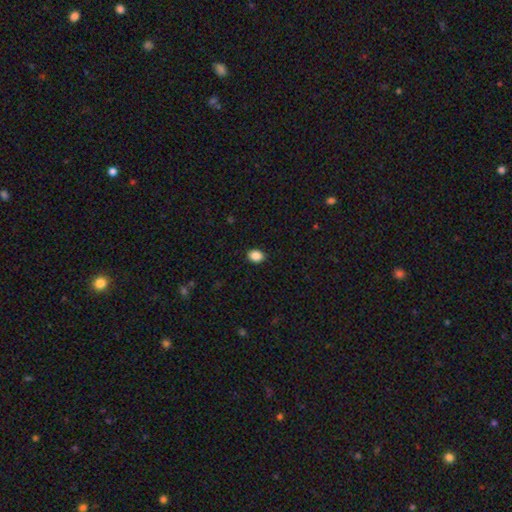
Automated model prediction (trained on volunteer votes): Smooth or featured?
  - smooth: 88% *
  - star or artifact: 9%
  - featured or disk: 3%
How rounded?
  - in between: 62% *
  - round: 37%
  - cigar-shaped: 1%
Merging?
  - none: 90% *
  - minor disturbance: 7%
  - major disturbance: 2%
  - merger: 1%